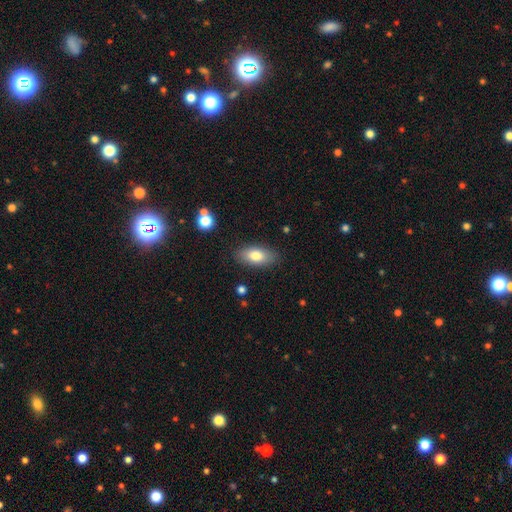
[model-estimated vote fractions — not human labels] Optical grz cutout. It shows a smooth galaxy with no disk features (78%) that is in between round and cigar-shaped (88%). Merging: none (85%).